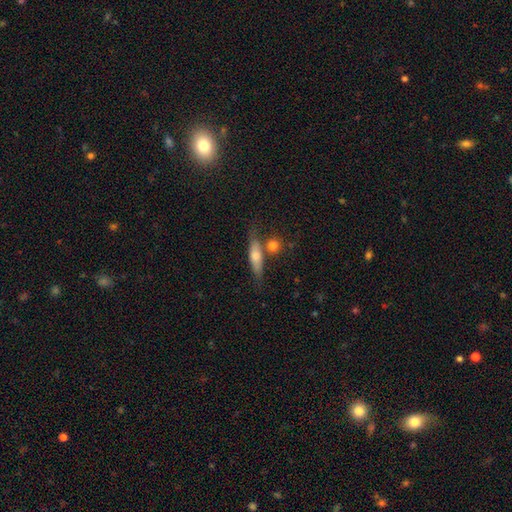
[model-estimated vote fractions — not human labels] smooth_or_featured: smooth (p=0.60) [alt: featured or disk p=0.33]
how_rounded: cigar-shaped (p=0.63) [alt: in between p=0.31]
merging: none (p=0.60) [alt: merger p=0.19]